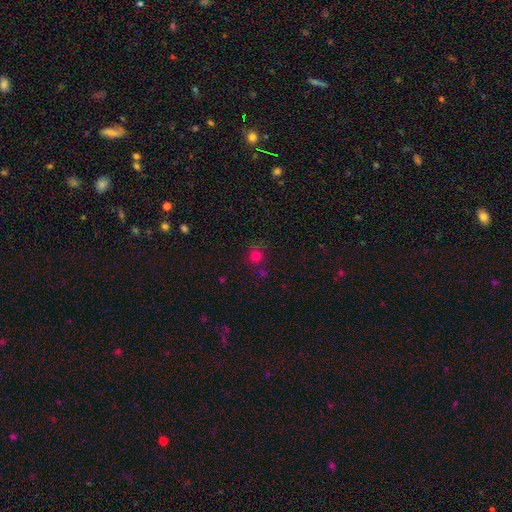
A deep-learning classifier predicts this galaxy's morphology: Q: Smooth or featured?
A: smooth (73%); runner-up: star or artifact (20%)
Q: How rounded?
A: round (87%); runner-up: in between (12%)
Q: Merging?
A: none (71%); runner-up: minor disturbance (14%)